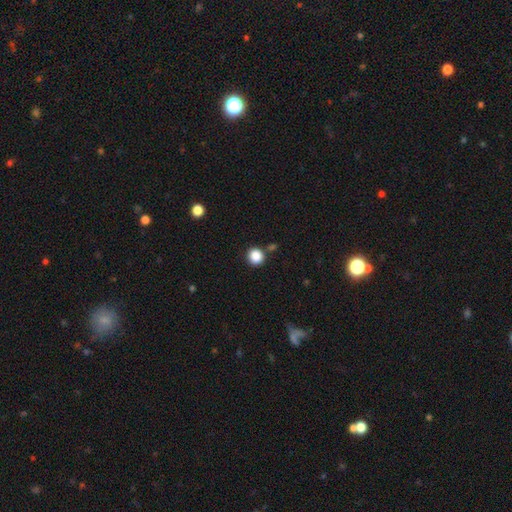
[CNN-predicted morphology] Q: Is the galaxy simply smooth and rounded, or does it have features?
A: smooth — 86%.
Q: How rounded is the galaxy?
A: round — 91%.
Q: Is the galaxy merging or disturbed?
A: none — 83%.